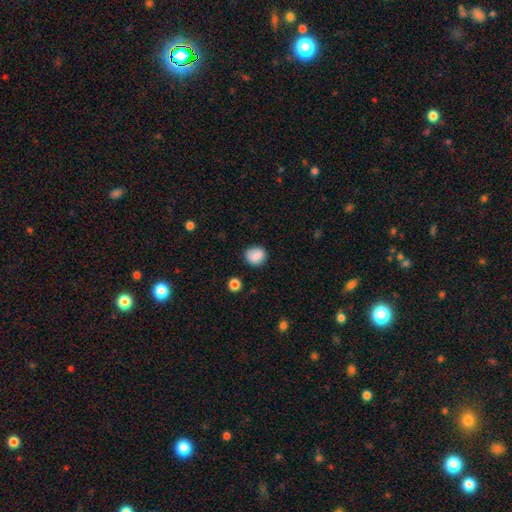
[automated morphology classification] This is clearly a smooth galaxy (85%). How rounded: likely round (73%). Merging: clearly none (81%).